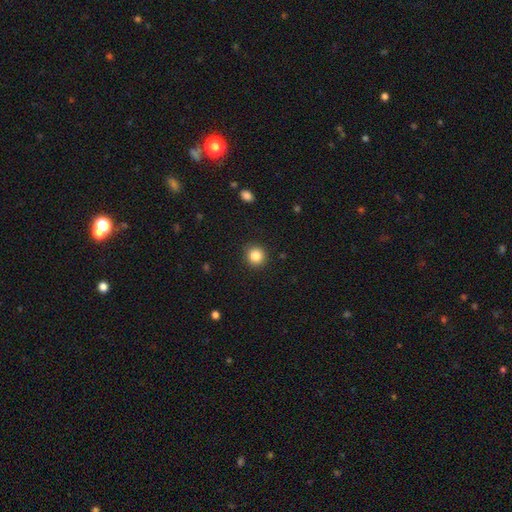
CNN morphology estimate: Smooth or featured: smooth — 85% (star or artifact — 10%)
How rounded: round — 92% (in between — 7%)
Merging: none — 91% (minor disturbance — 6%)